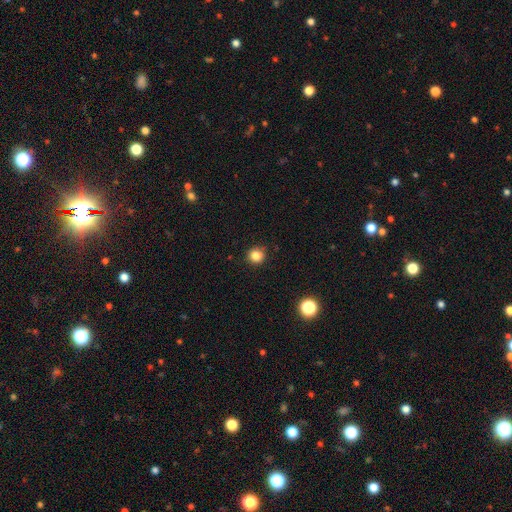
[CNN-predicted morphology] Q: Smooth or featured?
A: smooth (83%); runner-up: star or artifact (13%)
Q: How rounded?
A: round (90%); runner-up: in between (9%)
Q: Merging?
A: none (86%); runner-up: minor disturbance (10%)